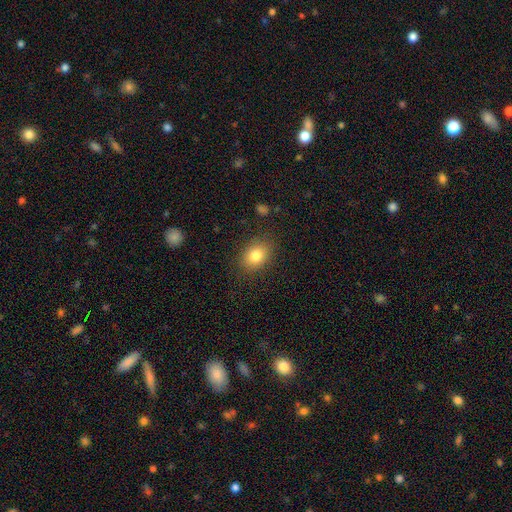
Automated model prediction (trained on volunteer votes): Smooth or featured? smooth (82%)
How rounded? in between (67%)
Merging? none (84%)